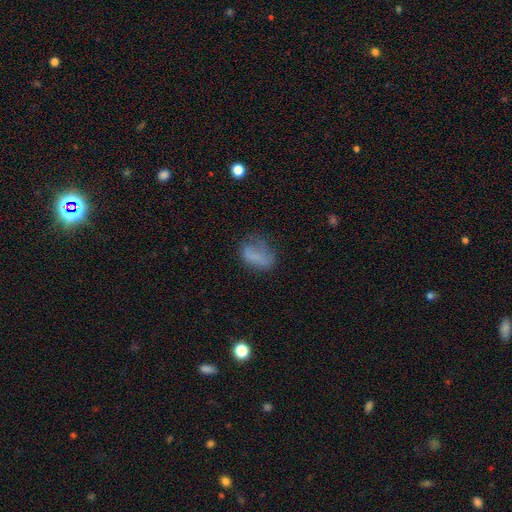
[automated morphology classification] Smooth or featured? Predicted: smooth (p=0.70). How rounded? Predicted: in between (p=0.81). Merging? Predicted: none (p=0.43).